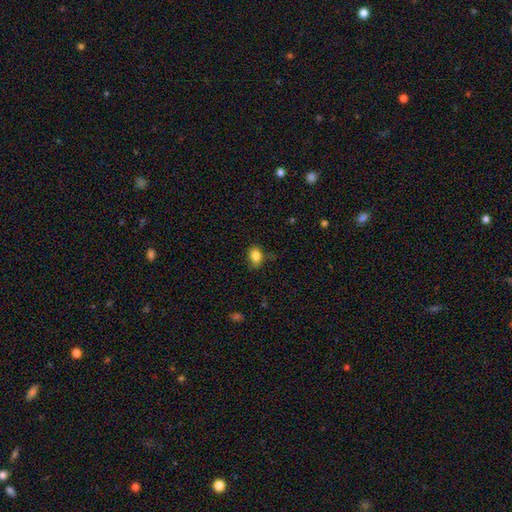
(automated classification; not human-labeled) Overall: smooth (85%). How rounded: in between (69%; round 30%). Merging: none (75%).